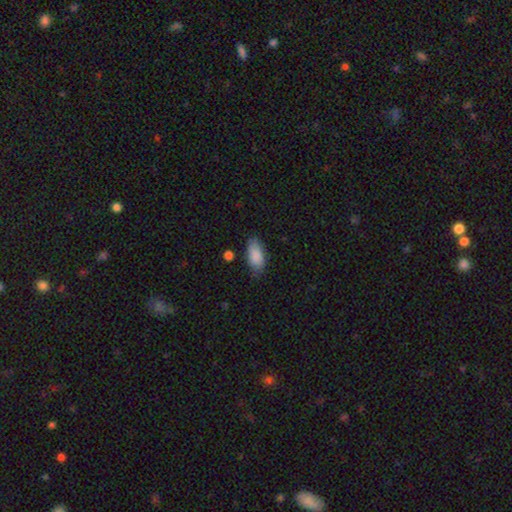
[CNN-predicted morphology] Q: Smooth or featured?
A: smooth (87%); runner-up: featured or disk (6%)
Q: How rounded?
A: in between (90%); runner-up: cigar-shaped (8%)
Q: Merging?
A: none (74%); runner-up: minor disturbance (20%)